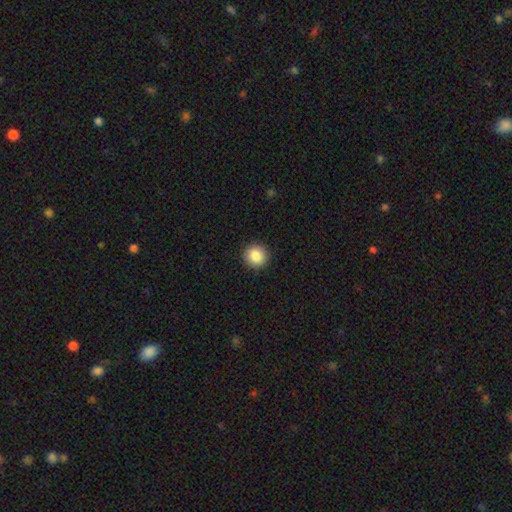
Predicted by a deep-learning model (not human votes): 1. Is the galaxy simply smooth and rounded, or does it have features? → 86% smooth, 9% star or artifact, 5% featured or disk.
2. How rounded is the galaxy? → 92% round, 7% in between, 1% cigar-shaped.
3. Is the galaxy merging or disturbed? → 92% none, 5% minor disturbance, 2% major disturbance, 1% merger.